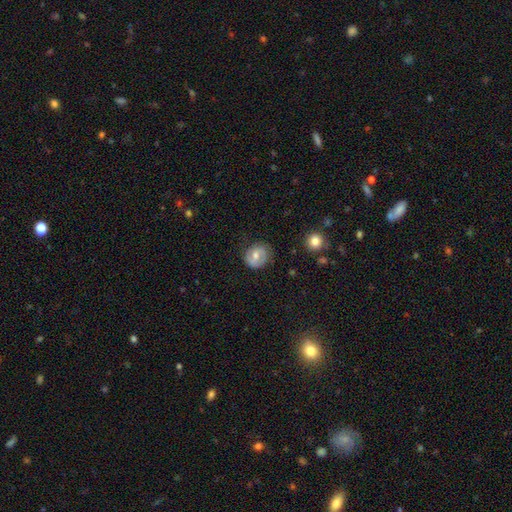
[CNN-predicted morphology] A featured or disk galaxy (51%).

Vote fractions:
- Smooth or featured? featured or disk: 51% / smooth: 41% / star or artifact: 8%
- Edge-on disk? no: 96% / yes: 4%
- Merging? none: 78% / minor disturbance: 16% / major disturbance: 5% / merger: 1%